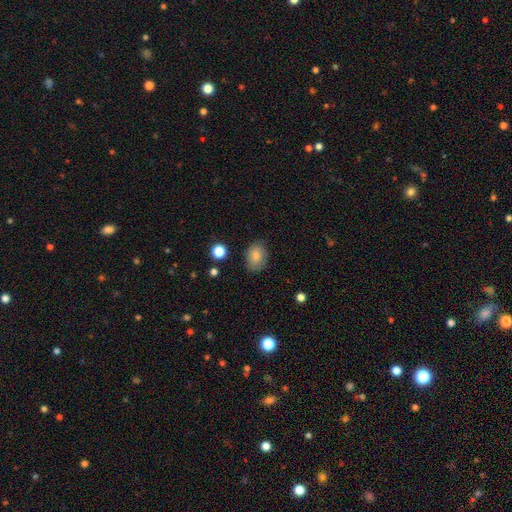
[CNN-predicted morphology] This appears to be a smooth galaxy with no disk features (83%) that is in between round and cigar-shaped (71%). Merging: none (80%).